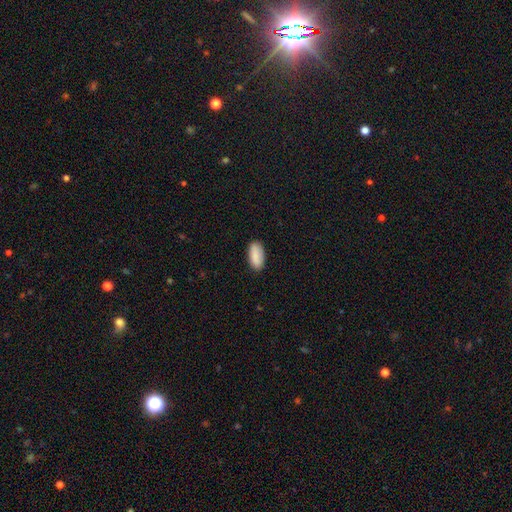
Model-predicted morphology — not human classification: Smooth or featured? Predicted: smooth (p=0.88). How rounded? Predicted: in between (p=0.91). Merging? Predicted: none (p=0.87).